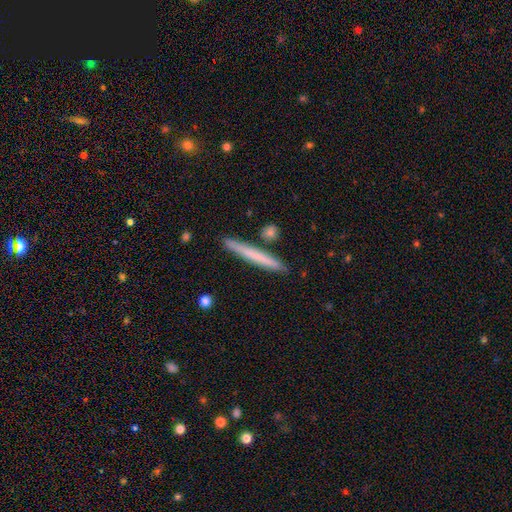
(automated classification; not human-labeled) Q: Smooth or featured?
A: smooth (64%); runner-up: featured or disk (30%)
Q: How rounded?
A: cigar-shaped (97%); runner-up: in between (2%)
Q: Merging?
A: none (87%); runner-up: minor disturbance (8%)